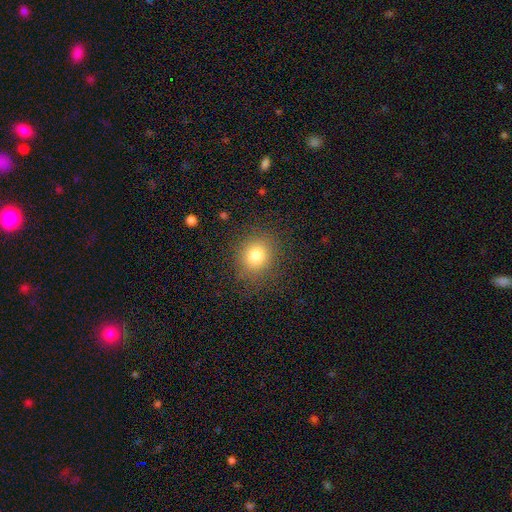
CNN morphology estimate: Overall: smooth (79%). How rounded: round (77%). Merging: none (84%).